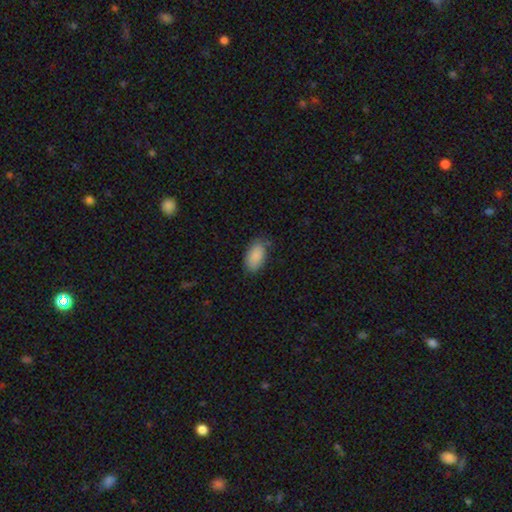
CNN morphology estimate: Overall: smooth (87%). How rounded: in between (94%). Merging: none (71%).